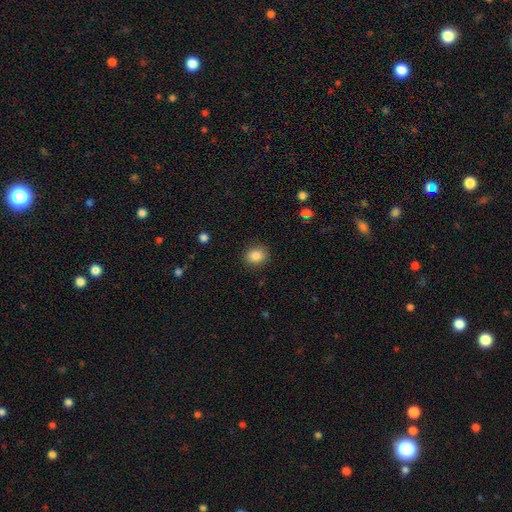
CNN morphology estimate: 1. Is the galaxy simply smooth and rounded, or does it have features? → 85% smooth, 10% star or artifact, 6% featured or disk.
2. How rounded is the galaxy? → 63% round, 36% in between, 1% cigar-shaped.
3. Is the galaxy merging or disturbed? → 89% none, 7% minor disturbance, 2% major disturbance, 1% merger.